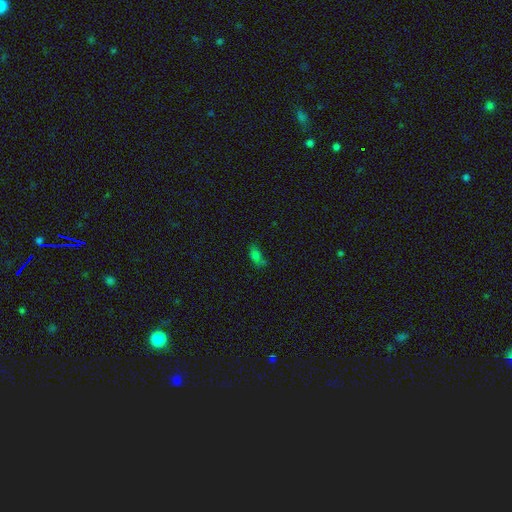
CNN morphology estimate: smooth 69%, star or artifact 20%, featured or disk 11%. Down the decision tree: how rounded — in between (83%); merging — none (47%).